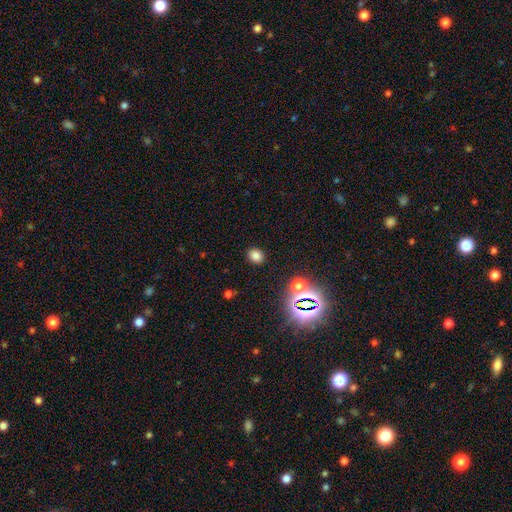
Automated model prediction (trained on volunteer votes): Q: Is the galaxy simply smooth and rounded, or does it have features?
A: smooth — 75%.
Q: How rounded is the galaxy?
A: round — 54%.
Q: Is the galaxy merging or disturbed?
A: none — 88%.